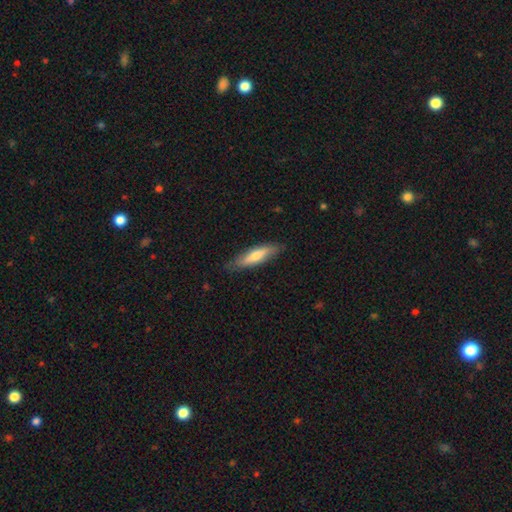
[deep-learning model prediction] Smooth or featured? smooth (63%)
How rounded? cigar-shaped (70%)
Merging? none (81%)